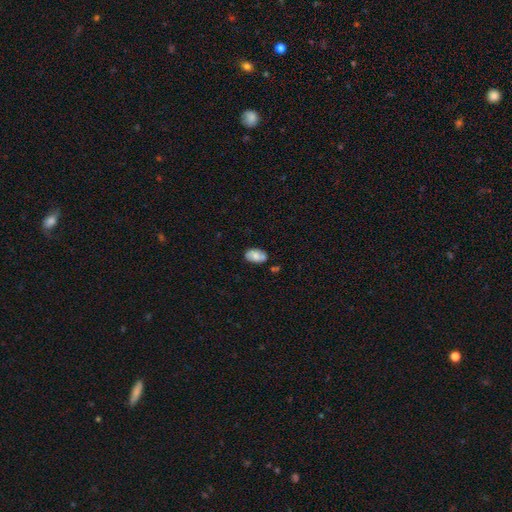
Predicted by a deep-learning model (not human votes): Q: Smooth or featured?
A: smooth (71%); runner-up: featured or disk (21%)
Q: How rounded?
A: in between (92%); runner-up: round (7%)
Q: Merging?
A: none (71%); runner-up: minor disturbance (19%)